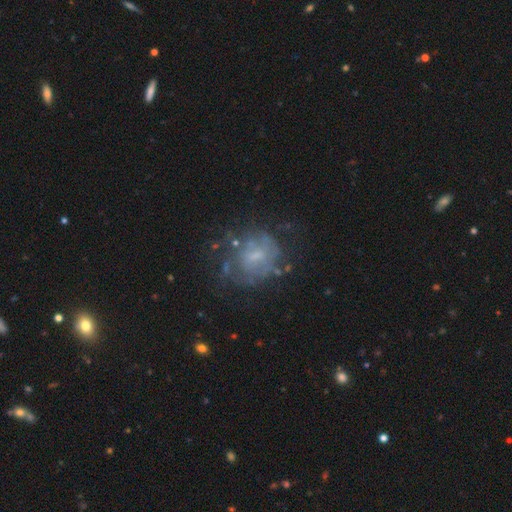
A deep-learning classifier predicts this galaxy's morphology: A featured or disk galaxy (61%) with no bar (60%), no spiral arms (54%) and a small central bulge (49%).

Vote fractions:
- Smooth or featured? featured or disk: 61% / smooth: 27% / star or artifact: 12%
- Edge-on disk? no: 97% / yes: 3%
- Bar? no: 60% / weak: 34% / strong: 5%
- Spiral arms? no: 54% / yes: 46%
- Bulge size? small: 49% / moderate: 28% / none: 20% / large: 2% / dominant: 1%
- Merging? none: 56% / minor disturbance: 22% / major disturbance: 19% / merger: 4%